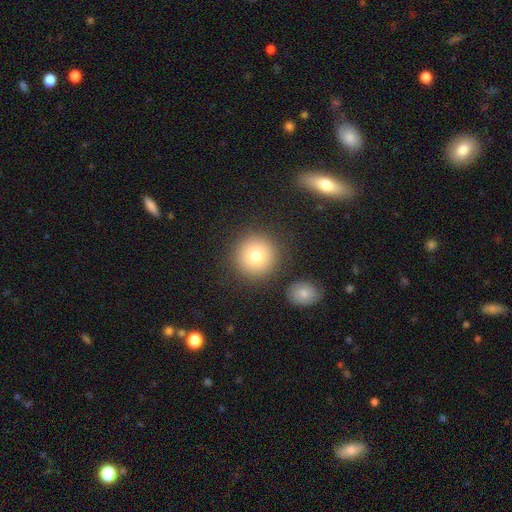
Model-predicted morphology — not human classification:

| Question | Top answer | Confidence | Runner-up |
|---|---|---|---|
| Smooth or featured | smooth | 79% | star or artifact (11%) |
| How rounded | round | 94% | in between (5%) |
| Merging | none | 86% | minor disturbance (7%) |